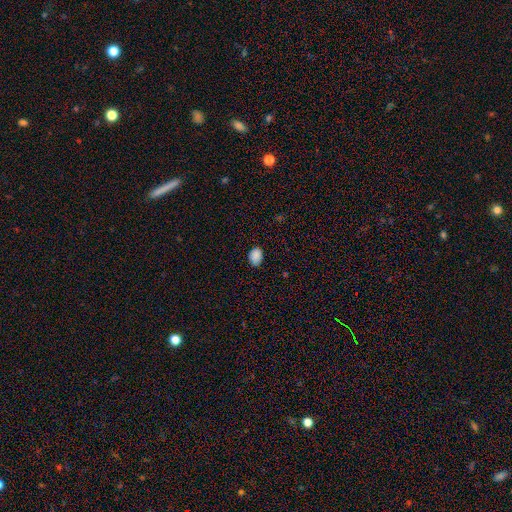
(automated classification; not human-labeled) A smooth galaxy with no disk features (88%) that is in between round and cigar-shaped (74%). Merging: none (83%).